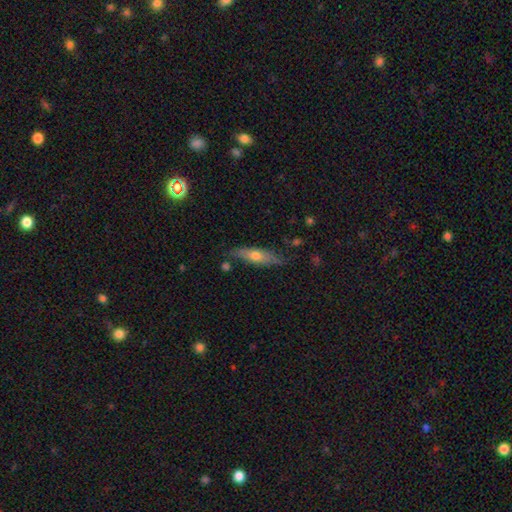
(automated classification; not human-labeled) smooth_or_featured: smooth (p=0.50) [alt: featured or disk p=0.43]
how_rounded: cigar-shaped (p=0.70) [alt: in between p=0.28]
merging: none (p=0.74) [alt: minor disturbance p=0.18]